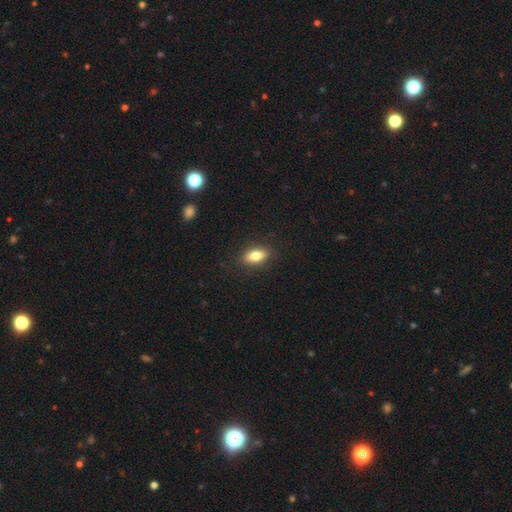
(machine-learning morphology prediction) The model was most divided on "smooth or featured": smooth: 76%, featured or disk: 16%, star or artifact: 8%. More confident: merging — none (88%); how rounded — in between (82%).